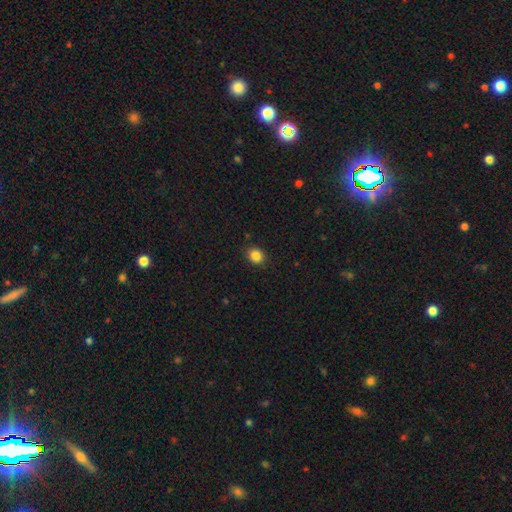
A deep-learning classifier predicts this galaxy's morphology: smooth 86%, star or artifact 11%, featured or disk 4%. Down the decision tree: how rounded — round (69%); merging — none (88%).